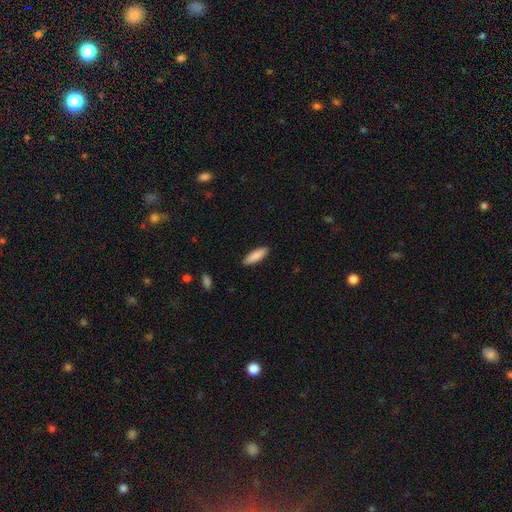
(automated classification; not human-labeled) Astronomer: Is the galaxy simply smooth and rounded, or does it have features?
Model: smooth — 88%.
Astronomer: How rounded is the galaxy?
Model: cigar-shaped — 50% (runner-up: in between, 48%).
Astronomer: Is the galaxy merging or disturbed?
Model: none — 90%.